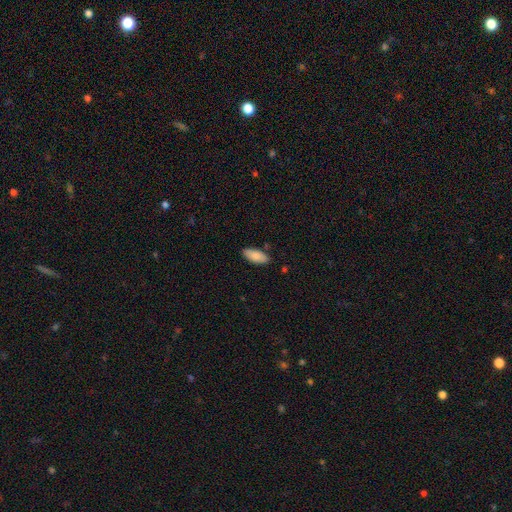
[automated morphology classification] This appears to be a smooth galaxy with no disk features (86%) that is in between round and cigar-shaped (85%). Merging: none (85%).